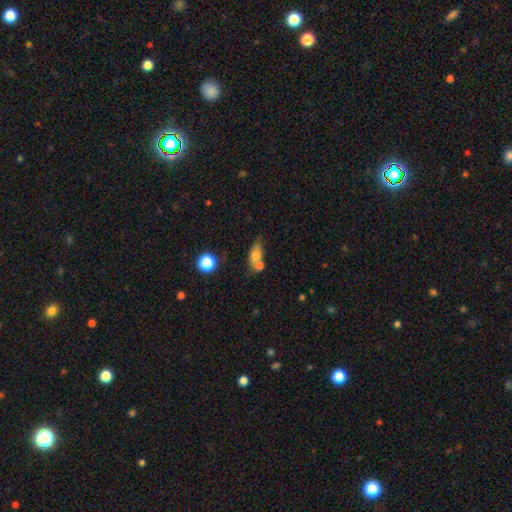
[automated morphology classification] Smooth or featured? smooth (68%)
How rounded? in between (74%)
Merging? merger (43%)